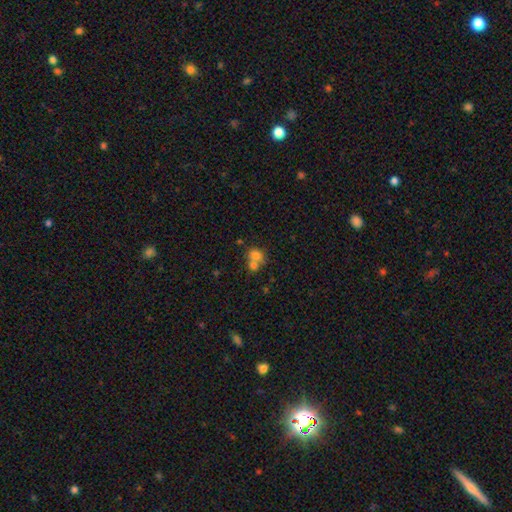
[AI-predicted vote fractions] This appears to be a smooth galaxy with no disk features (73%) that is round (66%). Merging: merger (61%).